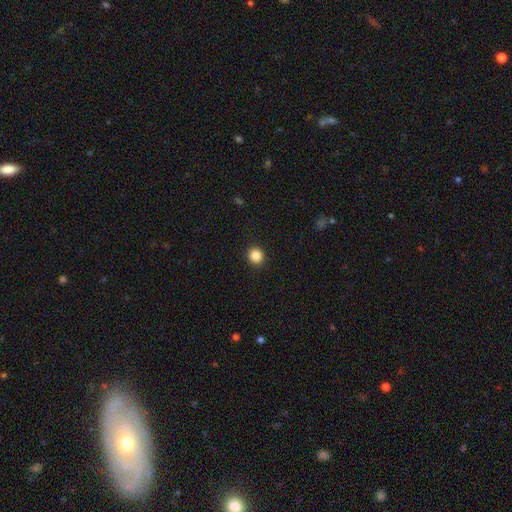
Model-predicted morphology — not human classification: This is clearly a smooth galaxy (86%). How rounded: clearly round (89%). Merging: clearly none (92%).